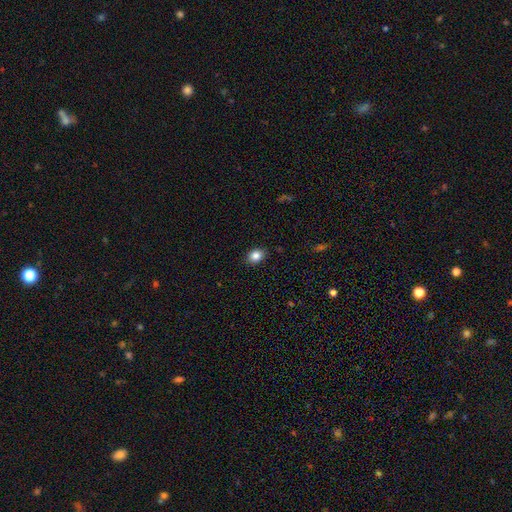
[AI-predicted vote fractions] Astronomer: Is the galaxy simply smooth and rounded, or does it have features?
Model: smooth — 85%.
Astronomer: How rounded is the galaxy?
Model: in between — 64%.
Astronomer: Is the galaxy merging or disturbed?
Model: none — 88%.